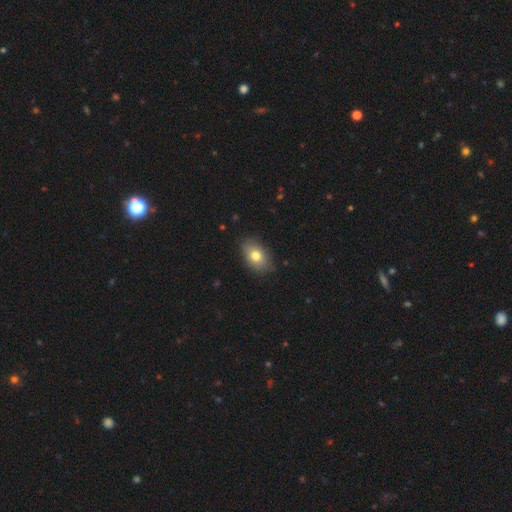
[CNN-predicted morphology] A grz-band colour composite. It shows a smooth galaxy with no disk features (77%) that is in between round and cigar-shaped (84%). Merging: none (83%).